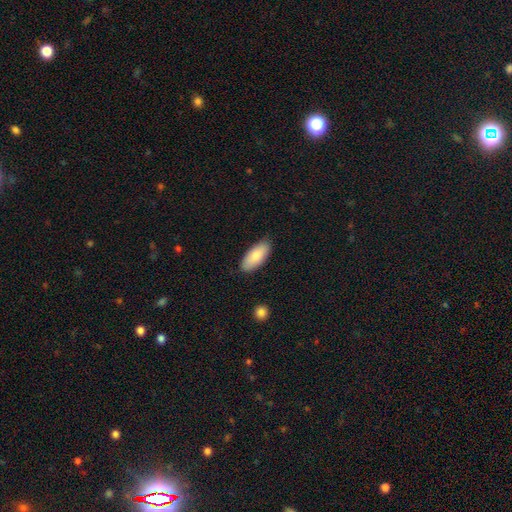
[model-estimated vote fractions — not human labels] Overall: smooth (83%). How rounded: in between (88%). Merging: none (84%).